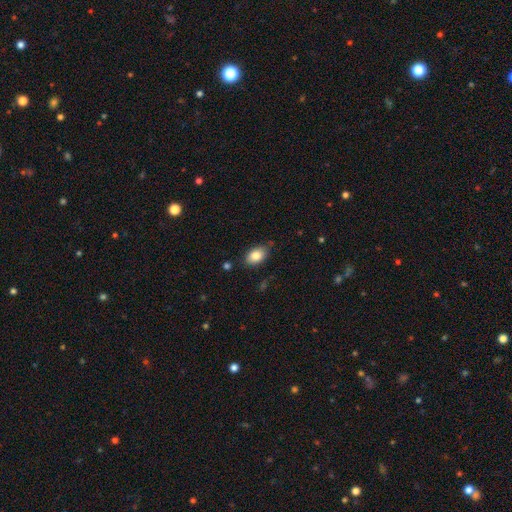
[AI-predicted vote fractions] This is clearly a smooth galaxy (85%). How rounded: clearly in between (89%). Merging: likely none (80%).